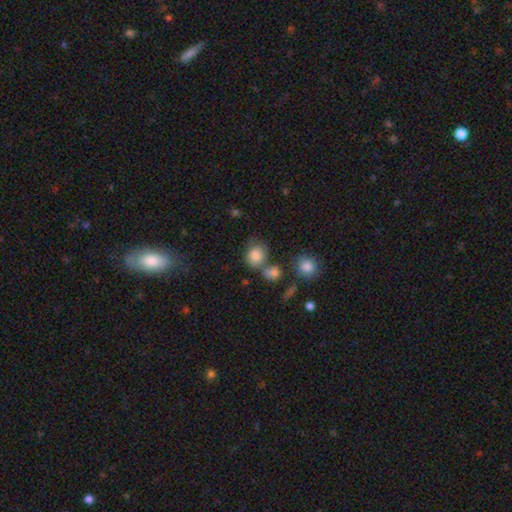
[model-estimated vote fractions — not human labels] Overall: smooth (83%). How rounded: round (64%; in between 34%). Merging: none (52%; merger 24%).